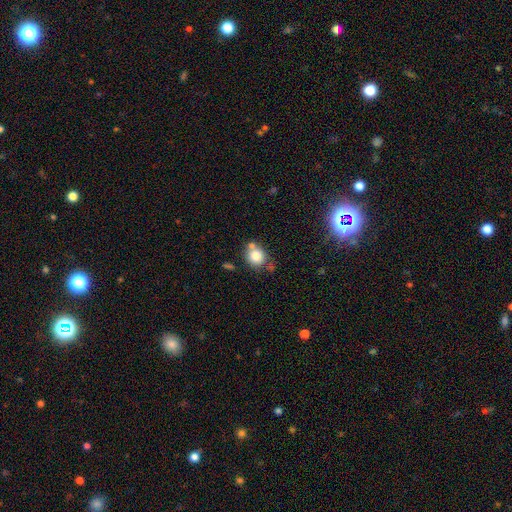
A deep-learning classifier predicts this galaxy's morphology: Overall: smooth (81%). How rounded: round (79%). Merging: none (60%; merger 21%).